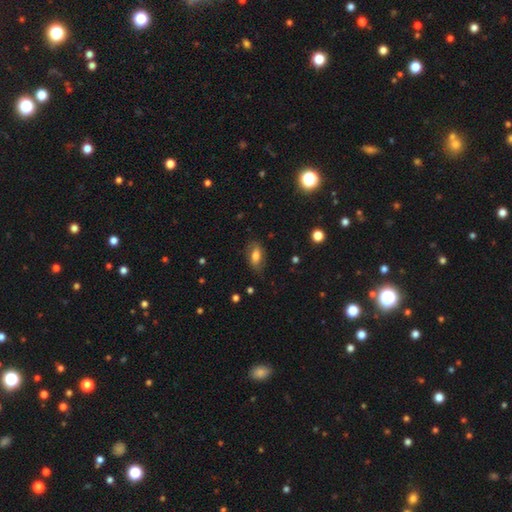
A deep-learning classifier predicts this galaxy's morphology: Overall: smooth (65%; featured or disk 26%). How rounded: in between (85%). Merging: none (71%).